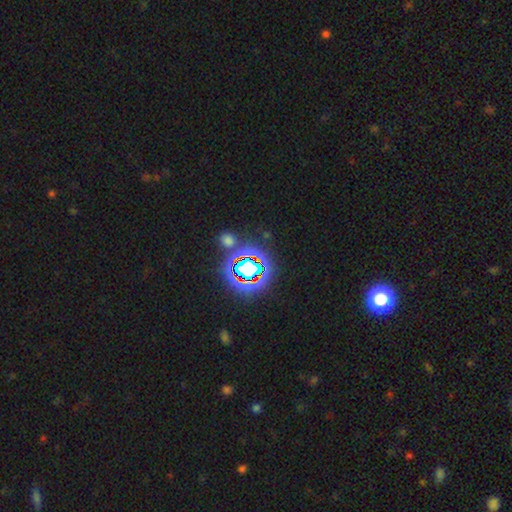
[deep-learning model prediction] This appears to be a star or artifact, not a galaxy (77%).